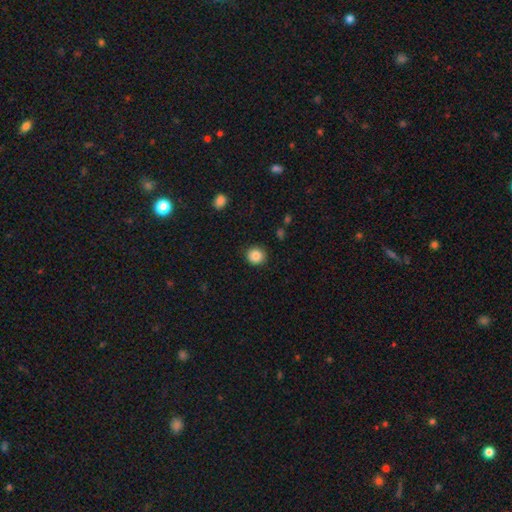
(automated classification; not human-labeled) Overall: smooth (86%). How rounded: round (90%). Merging: none (90%).